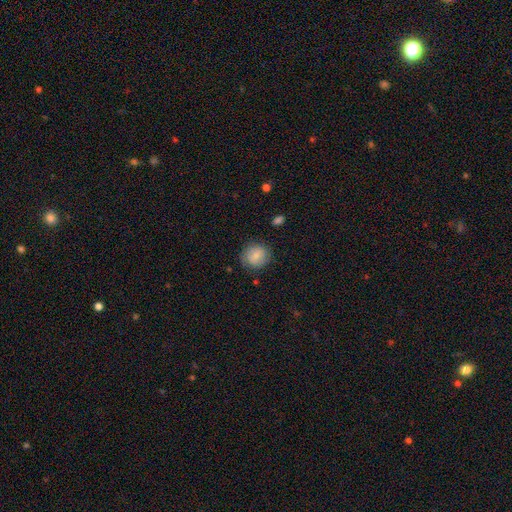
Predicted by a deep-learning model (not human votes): Overall: smooth (74%). How rounded: round (83%). Merging: none (80%).